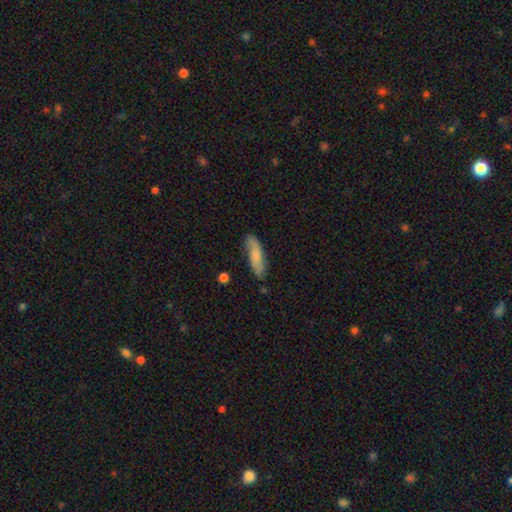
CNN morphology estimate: A smooth galaxy with no disk features (65%) that is cigar-shaped (57%).

Vote fractions:
- Smooth or featured? smooth: 65% / featured or disk: 28% / star or artifact: 6%
- How rounded? cigar-shaped: 57% / in between: 41% / round: 2%
- Merging? none: 75% / minor disturbance: 19% / major disturbance: 4% / merger: 2%